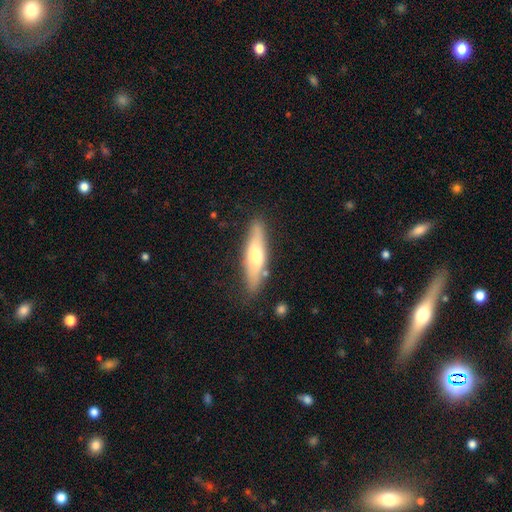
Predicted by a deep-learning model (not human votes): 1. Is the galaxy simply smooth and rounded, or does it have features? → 51% smooth, 43% featured or disk, 6% star or artifact.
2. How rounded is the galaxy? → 72% cigar-shaped, 26% in between, 2% round.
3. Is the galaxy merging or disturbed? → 80% none, 14% minor disturbance, 3% merger, 3% major disturbance.